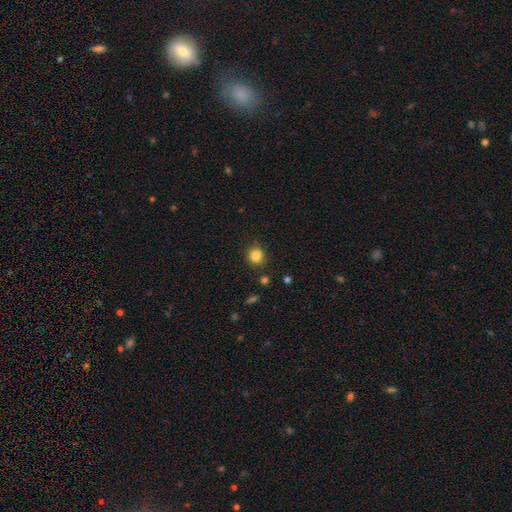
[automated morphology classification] Smooth or featured?
  - smooth: 84% *
  - star or artifact: 11%
  - featured or disk: 5%
How rounded?
  - round: 79% *
  - in between: 20%
  - cigar-shaped: 1%
Merging?
  - none: 78% *
  - minor disturbance: 15%
  - merger: 4%
  - major disturbance: 4%